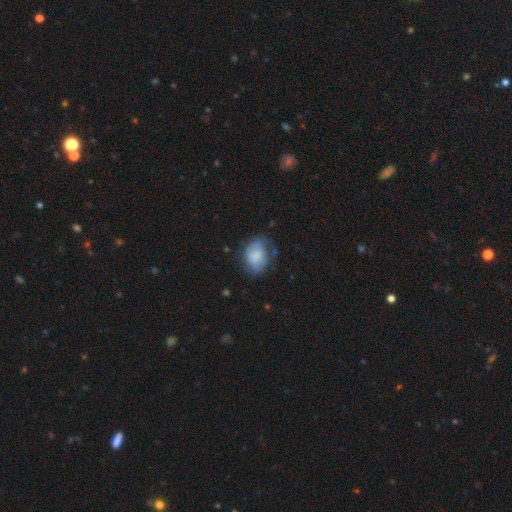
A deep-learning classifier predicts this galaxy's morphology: Smooth or featured? Predicted: smooth (p=0.70). How rounded? Predicted: in between (p=0.70). Merging? Predicted: none (p=0.53).